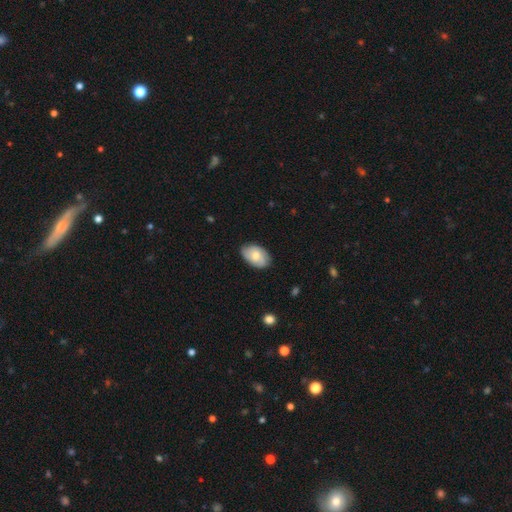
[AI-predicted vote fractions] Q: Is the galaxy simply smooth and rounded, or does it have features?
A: smooth — 63%.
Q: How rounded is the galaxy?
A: in between — 91%.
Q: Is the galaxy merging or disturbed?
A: none — 79%.